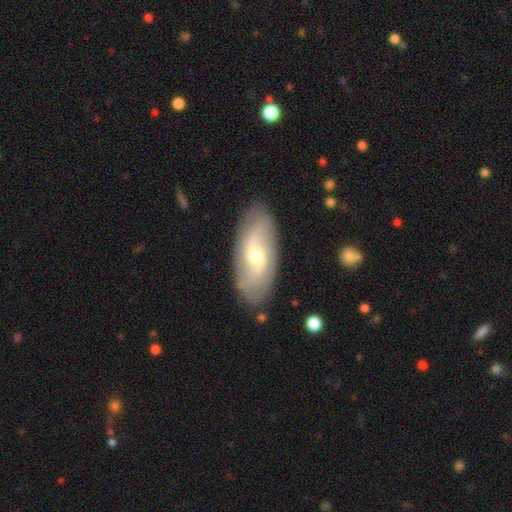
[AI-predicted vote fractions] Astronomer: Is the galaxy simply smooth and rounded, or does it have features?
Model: featured or disk — 71%.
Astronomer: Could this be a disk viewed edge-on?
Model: no — 91%.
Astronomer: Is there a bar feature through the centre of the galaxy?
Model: no — 45% (runner-up: weak, 43%).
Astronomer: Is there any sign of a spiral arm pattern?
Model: yes — 86%.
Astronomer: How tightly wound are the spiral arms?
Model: loose — 37%, tied with medium at 37%.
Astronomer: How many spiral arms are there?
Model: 2 — 70%.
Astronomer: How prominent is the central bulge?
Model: moderate — 56% (runner-up: small, 39%).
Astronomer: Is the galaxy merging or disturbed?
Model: none — 84%.